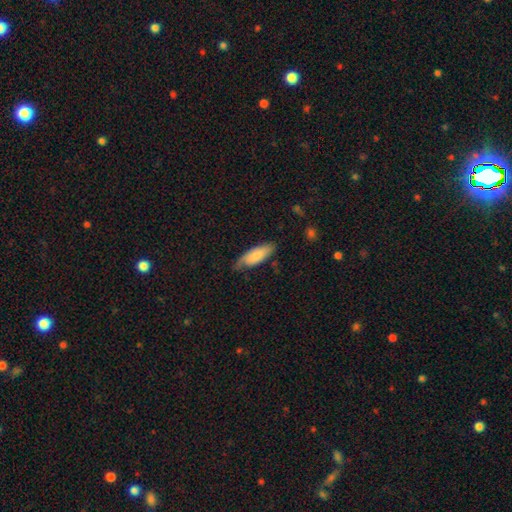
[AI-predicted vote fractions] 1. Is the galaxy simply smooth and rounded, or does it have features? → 74% smooth, 20% featured or disk, 6% star or artifact.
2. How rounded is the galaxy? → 73% in between, 25% cigar-shaped, 2% round.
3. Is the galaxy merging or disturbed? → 60% none, 30% minor disturbance, 8% major disturbance, 2% merger.